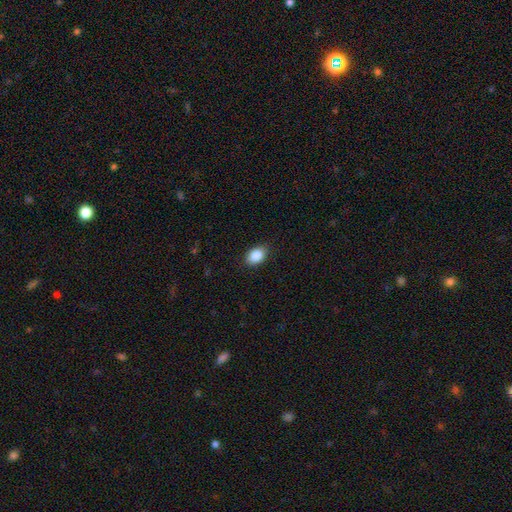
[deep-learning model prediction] Overall: smooth (86%). How rounded: in between (82%). Merging: none (88%).